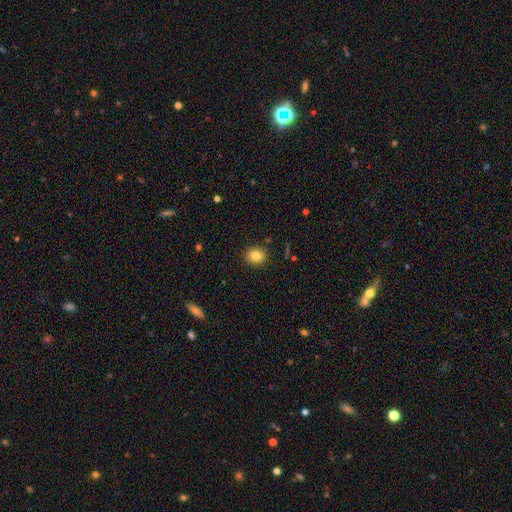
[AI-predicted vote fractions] Smooth or featured?
  - smooth: 83% *
  - star or artifact: 11%
  - featured or disk: 7%
How rounded?
  - round: 75% *
  - in between: 24%
  - cigar-shaped: 1%
Merging?
  - none: 90% *
  - minor disturbance: 7%
  - major disturbance: 2%
  - merger: 1%